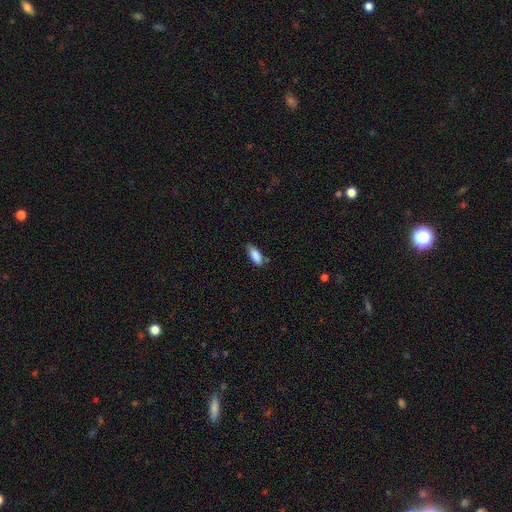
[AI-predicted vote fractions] Smooth or featured?
  - smooth: 87% *
  - star or artifact: 7%
  - featured or disk: 6%
How rounded?
  - in between: 85% *
  - cigar-shaped: 13%
  - round: 2%
Merging?
  - none: 70% *
  - minor disturbance: 23%
  - major disturbance: 4%
  - merger: 4%